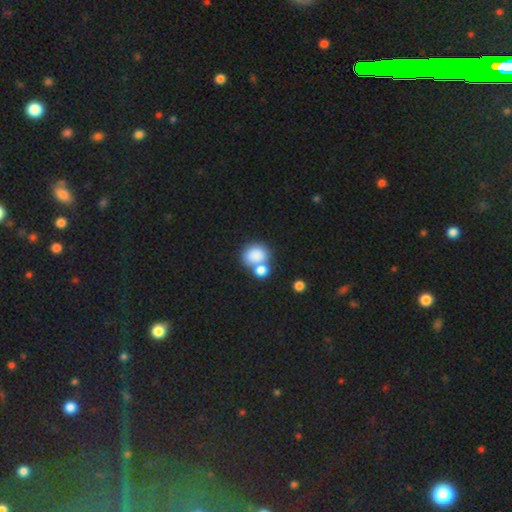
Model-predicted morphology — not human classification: Smooth or featured?
  - smooth: 82% *
  - star or artifact: 10%
  - featured or disk: 9%
How rounded?
  - round: 60% *
  - in between: 39%
  - cigar-shaped: 1%
Merging?
  - merger: 44% *
  - none: 42%
  - minor disturbance: 10%
  - major disturbance: 5%